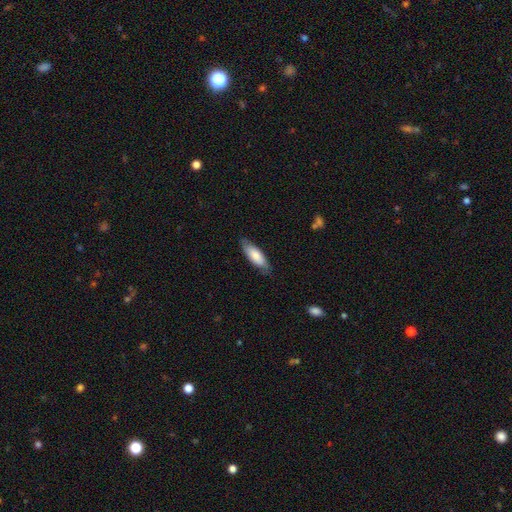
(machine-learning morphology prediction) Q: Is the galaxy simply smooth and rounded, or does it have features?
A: smooth — 77%.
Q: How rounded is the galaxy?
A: in between — 63%.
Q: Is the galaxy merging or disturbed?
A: none — 80%.